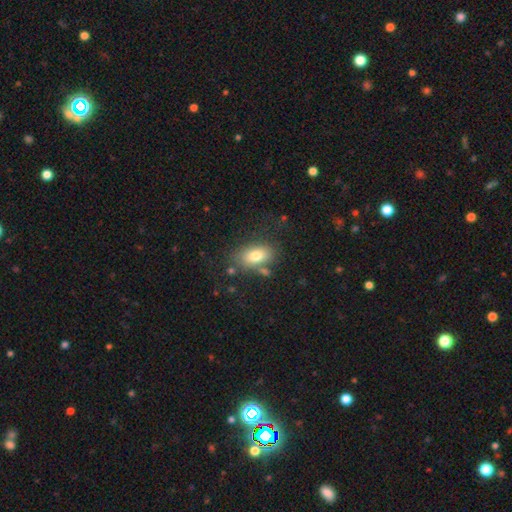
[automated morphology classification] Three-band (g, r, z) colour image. It shows a smooth galaxy with no disk features (75%) that is in between round and cigar-shaped (88%). Merging: none (70%).